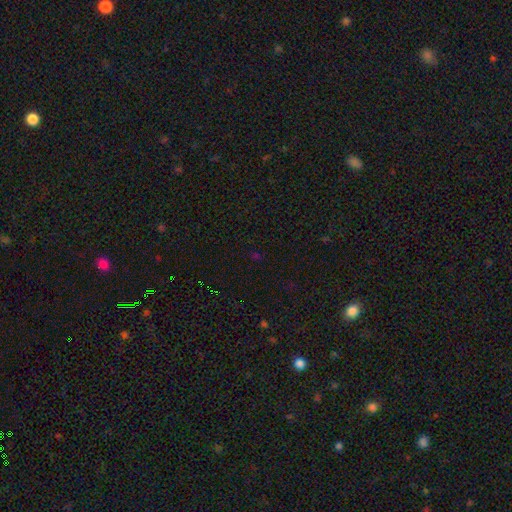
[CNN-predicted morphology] This is likely a star or artifact rather than a galaxy (69%).